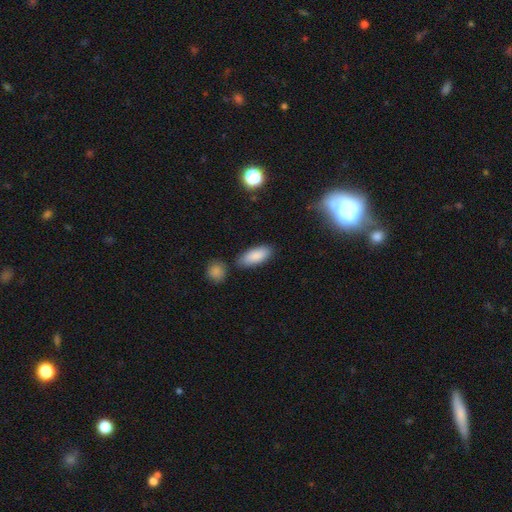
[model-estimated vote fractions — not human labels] Overall: smooth (88%). How rounded: in between (84%). Merging: none (77%).